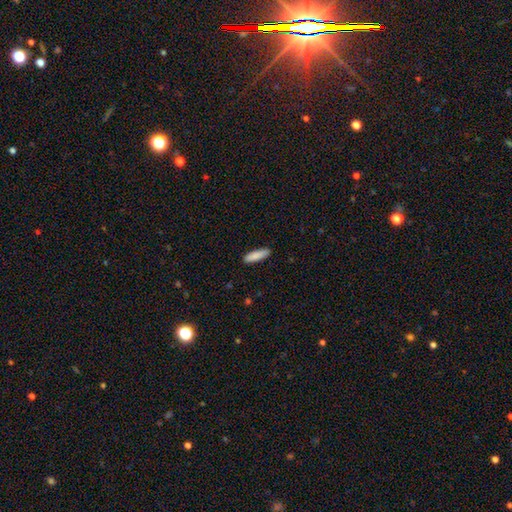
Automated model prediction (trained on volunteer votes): Smooth or featured: smooth — 87% (featured or disk — 8%)
How rounded: cigar-shaped — 66% (in between — 32%)
Merging: none — 88% (minor disturbance — 9%)